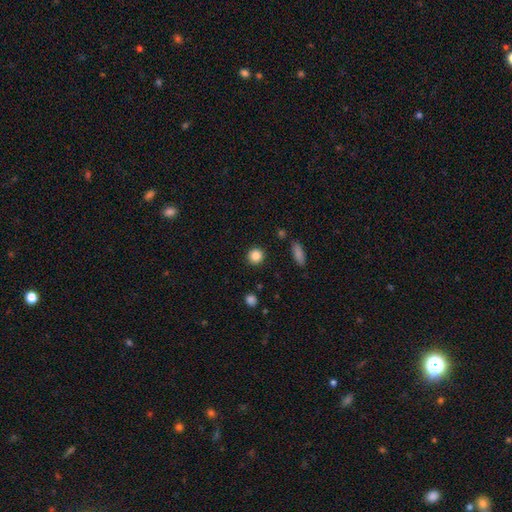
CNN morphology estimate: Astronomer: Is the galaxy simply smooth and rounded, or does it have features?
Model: smooth — 85%.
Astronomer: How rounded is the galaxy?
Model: round — 92%.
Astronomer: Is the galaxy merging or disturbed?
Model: none — 90%.